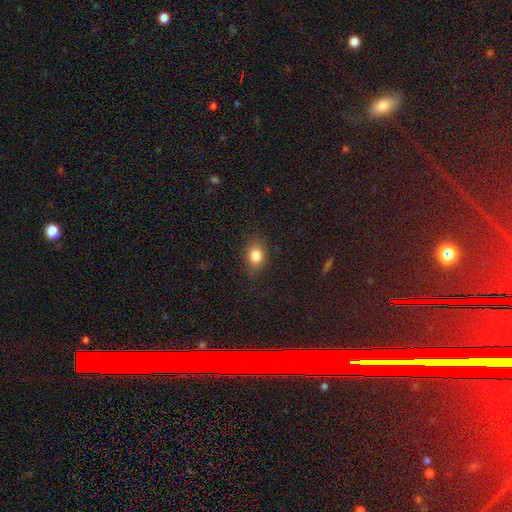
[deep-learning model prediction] This appears to be a smooth galaxy with no disk features (82%) that is in between round and cigar-shaped (63%). Merging: none (82%).